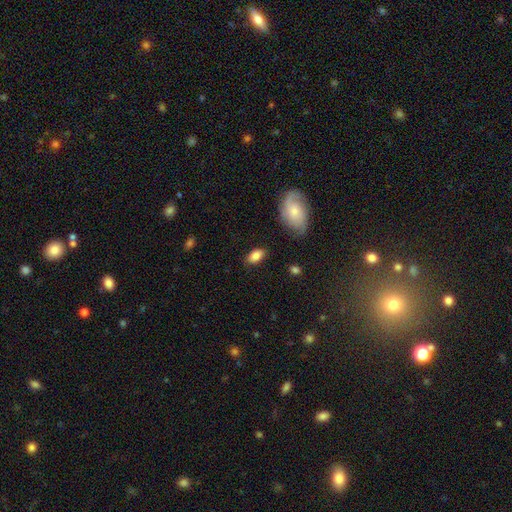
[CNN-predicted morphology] type=smooth (85%); roundness=in between (91%); merging=none (83%).